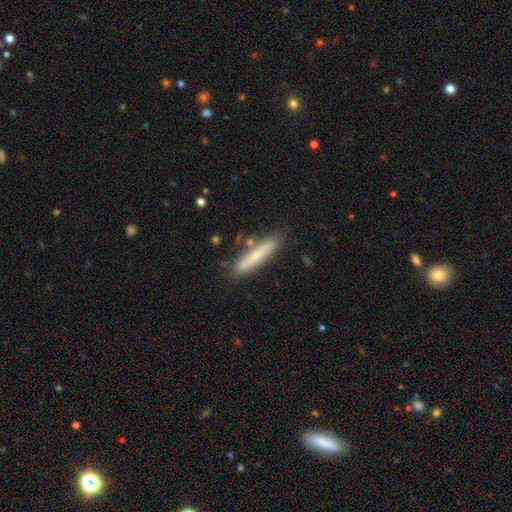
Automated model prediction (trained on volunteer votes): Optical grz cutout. It shows a smooth galaxy with no disk features (59%) that is cigar-shaped (90%). Merging: none (82%).